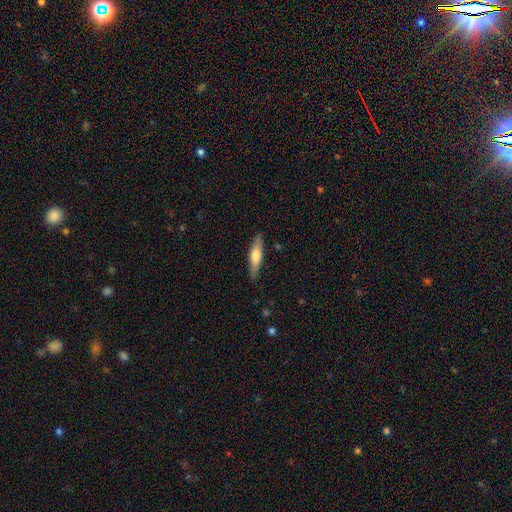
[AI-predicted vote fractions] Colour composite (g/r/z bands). It shows a smooth galaxy with no disk features (60%) that is cigar-shaped (77%). Merging: none (85%).